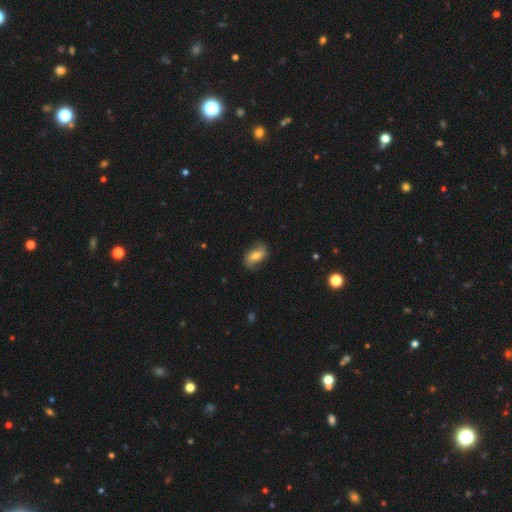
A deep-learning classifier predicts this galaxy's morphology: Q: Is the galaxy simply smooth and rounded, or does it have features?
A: smooth — 48%.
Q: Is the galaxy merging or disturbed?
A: none — 76%.